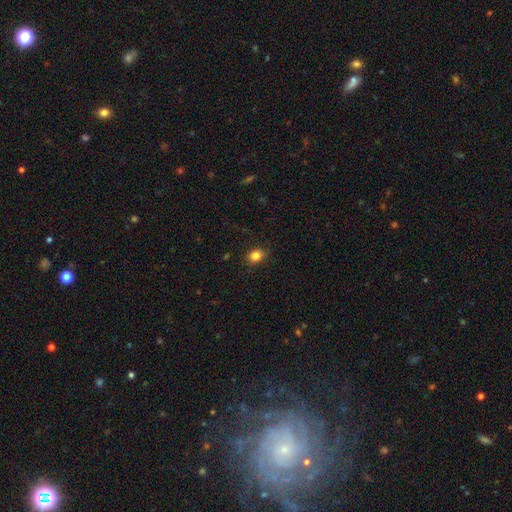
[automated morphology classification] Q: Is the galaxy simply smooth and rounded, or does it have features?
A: smooth — 84%.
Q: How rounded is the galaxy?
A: in between — 61%.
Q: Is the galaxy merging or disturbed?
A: none — 85%.